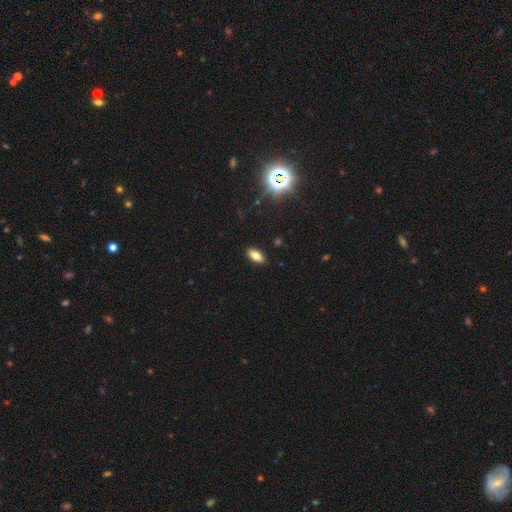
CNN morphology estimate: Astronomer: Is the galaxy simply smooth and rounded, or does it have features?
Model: smooth — 74%.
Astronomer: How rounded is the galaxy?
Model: in between — 85%.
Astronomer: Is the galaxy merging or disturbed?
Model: none — 89%.